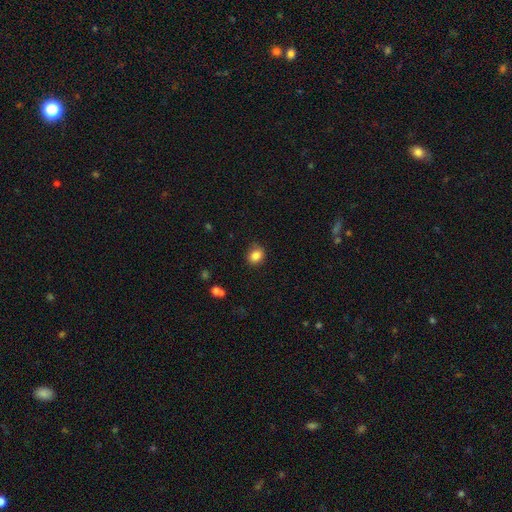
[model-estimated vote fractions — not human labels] Smooth or featured?
  - smooth: 85% *
  - star or artifact: 10%
  - featured or disk: 6%
How rounded?
  - round: 63% *
  - in between: 36%
  - cigar-shaped: 1%
Merging?
  - none: 79% *
  - minor disturbance: 16%
  - major disturbance: 3%
  - merger: 2%